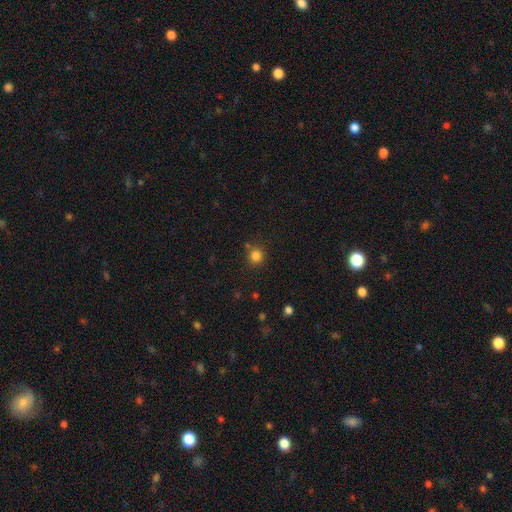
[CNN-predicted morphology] Q: Smooth or featured?
A: smooth (82%); runner-up: star or artifact (13%)
Q: How rounded?
A: round (92%); runner-up: in between (7%)
Q: Merging?
A: none (81%); runner-up: minor disturbance (9%)